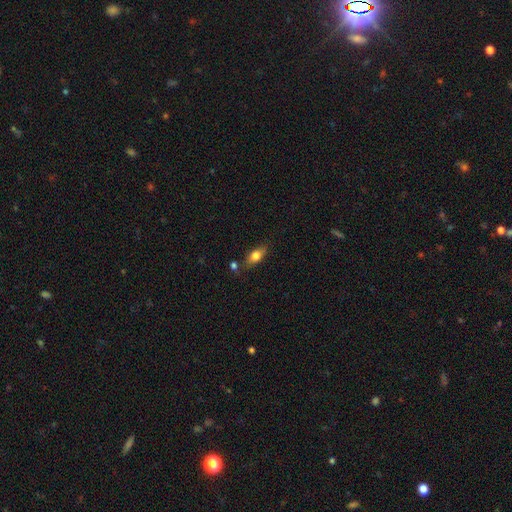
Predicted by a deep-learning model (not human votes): This appears to be a smooth galaxy with no disk features (71%) that is in between round and cigar-shaped (78%). Merging: none (72%).